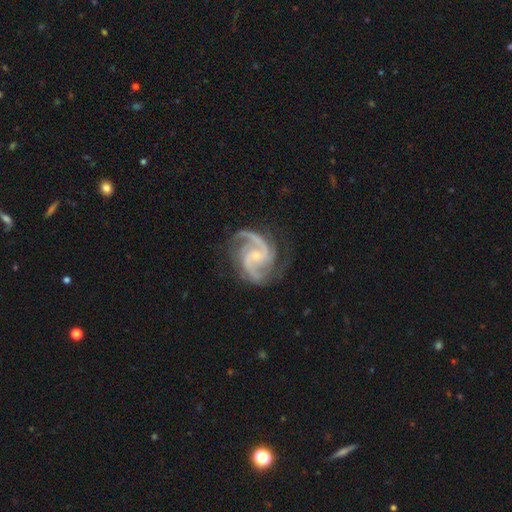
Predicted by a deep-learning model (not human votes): smooth_or_featured: featured or disk (p=0.93) [alt: star or artifact p=0.04]
disk_edge_on: no (p=0.98) [alt: yes p=0.02]
bar: no (p=0.58) [alt: weak p=0.32]
has_spiral_arms: yes (p=0.99) [alt: no p=0.01]
spiral_winding: medium (p=0.60) [alt: tight p=0.28]
spiral_arm_count: 2 (p=0.58) [alt: 3 p=0.27]
bulge_size: small (p=0.71) [alt: moderate p=0.26]
merging: none (p=0.75) [alt: minor disturbance p=0.17]